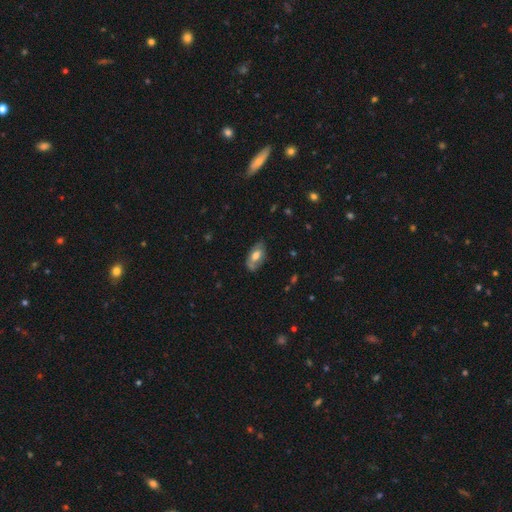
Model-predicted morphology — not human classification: This is possibly a smooth galaxy (57%). How rounded: clearly in between (91%). Merging: likely none (66%).